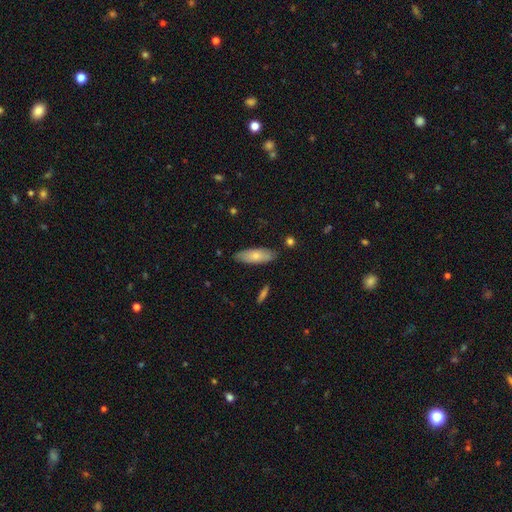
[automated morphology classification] Overall: smooth (70%). How rounded: in between (65%; cigar-shaped 33%). Merging: none (81%).